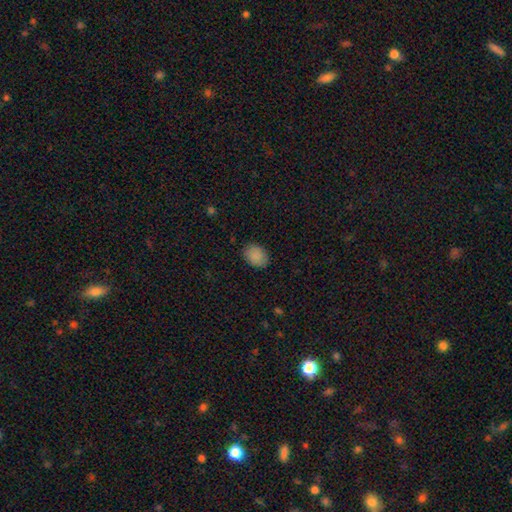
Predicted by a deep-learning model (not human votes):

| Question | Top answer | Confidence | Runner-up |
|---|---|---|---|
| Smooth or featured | smooth | 88% | star or artifact (8%) |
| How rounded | in between | 67% | round (32%) |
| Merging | none | 86% | minor disturbance (11%) |